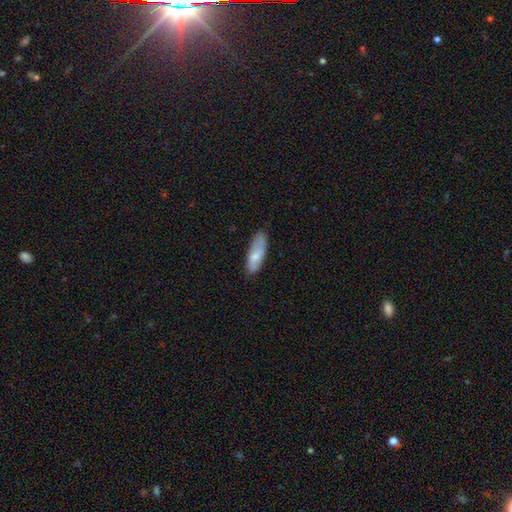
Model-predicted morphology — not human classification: smooth_or_featured: smooth (p=0.73) [alt: featured or disk p=0.21]
how_rounded: in between (p=0.63) [alt: cigar-shaped p=0.35]
merging: none (p=0.71) [alt: minor disturbance p=0.23]